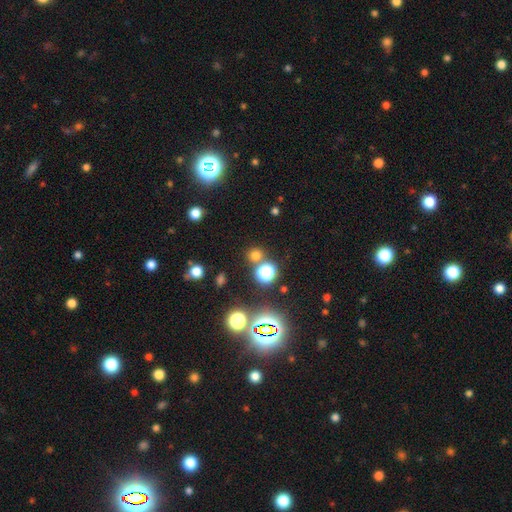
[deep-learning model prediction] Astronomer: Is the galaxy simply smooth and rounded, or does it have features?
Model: smooth — 61%.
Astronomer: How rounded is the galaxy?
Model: round — 89%.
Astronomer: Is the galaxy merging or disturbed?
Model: none — 76%.